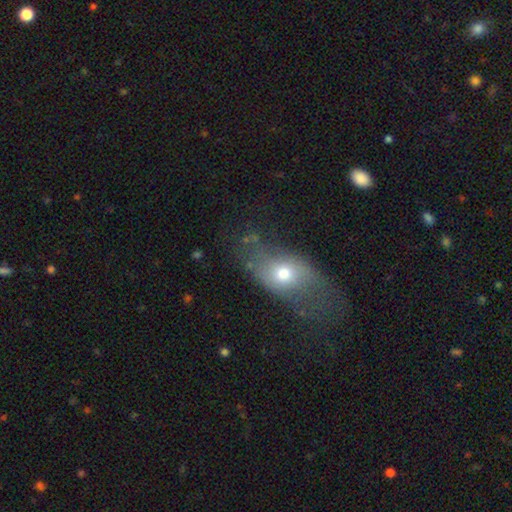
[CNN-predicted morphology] smooth_or_featured: featured or disk (p=0.52) [alt: smooth p=0.35]
disk_edge_on: no (p=0.85) [alt: yes p=0.15]
merging: none (p=0.50) [alt: minor disturbance p=0.25]